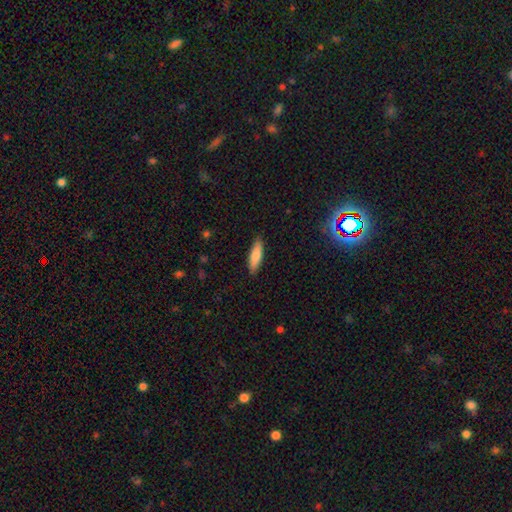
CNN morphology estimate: Smooth or featured? smooth (83%)
How rounded? cigar-shaped (58%)
Merging? none (87%)